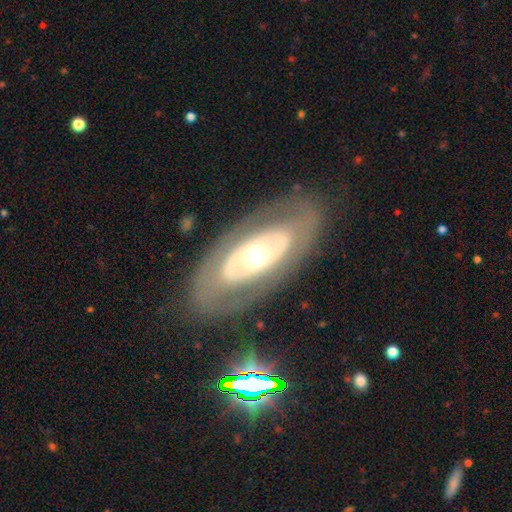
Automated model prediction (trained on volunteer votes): This is likely a featured or disk galaxy (72%). It is clearly not viewed edge-on (89%). Bar: clearly no (82%). Spiral arm pattern: likely no (74%). Central bulge: likely moderate (67%). Merging: clearly none (80%).